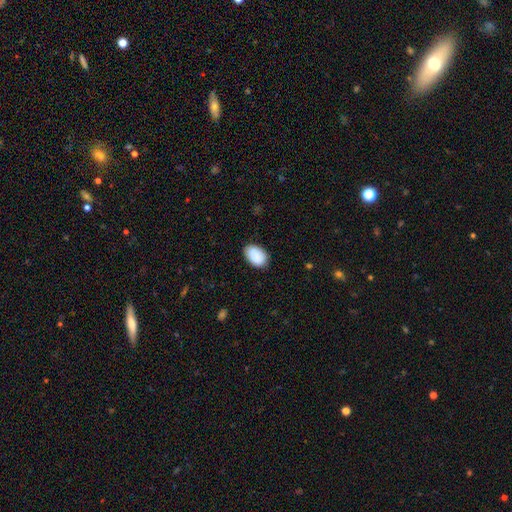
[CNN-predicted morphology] The model was most divided on "merging": none: 82%, minor disturbance: 14%, major disturbance: 3%, merger: 1%. More confident: smooth or featured — smooth (89%); how rounded — in between (88%).